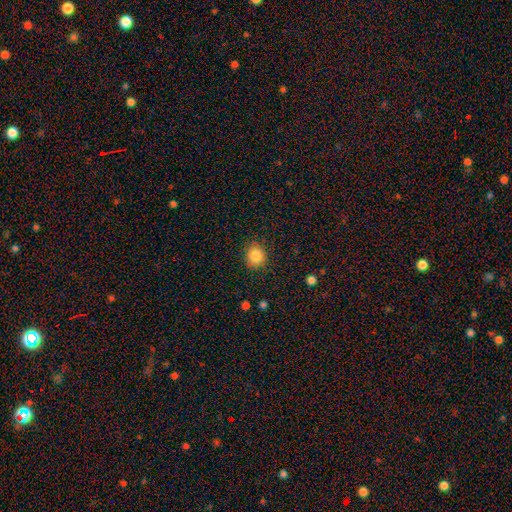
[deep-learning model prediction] Smooth or featured?
  - smooth: 85% *
  - star or artifact: 10%
  - featured or disk: 5%
How rounded?
  - round: 77% *
  - in between: 22%
  - cigar-shaped: 1%
Merging?
  - none: 86% *
  - minor disturbance: 10%
  - major disturbance: 3%
  - merger: 1%